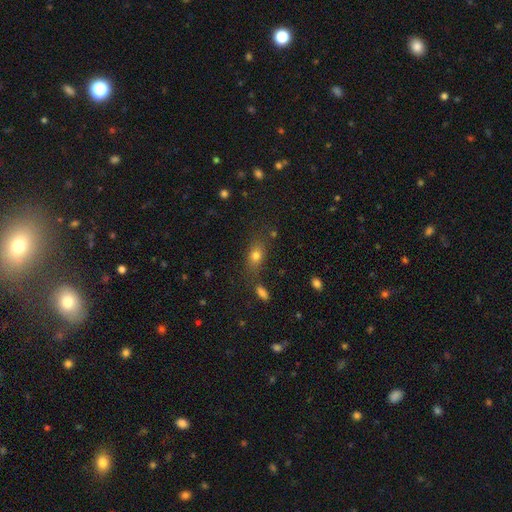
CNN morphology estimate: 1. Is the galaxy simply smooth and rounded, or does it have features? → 74% smooth, 14% star or artifact, 12% featured or disk.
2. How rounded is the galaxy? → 71% in between, 21% round, 8% cigar-shaped.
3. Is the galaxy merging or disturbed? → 70% none, 15% minor disturbance, 9% merger, 6% major disturbance.